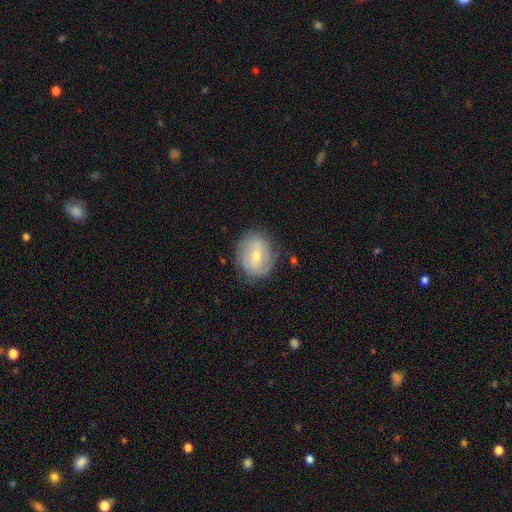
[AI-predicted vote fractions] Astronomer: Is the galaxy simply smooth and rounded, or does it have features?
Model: featured or disk — 53% (runner-up: smooth, 40%).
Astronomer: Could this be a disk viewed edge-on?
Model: no — 95%.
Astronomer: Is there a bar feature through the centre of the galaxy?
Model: weak — 48% (runner-up: no, 33%).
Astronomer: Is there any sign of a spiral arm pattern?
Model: yes — 63%.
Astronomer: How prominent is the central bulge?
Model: small — 52% (runner-up: moderate, 44%).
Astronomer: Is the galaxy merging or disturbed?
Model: none — 76%.